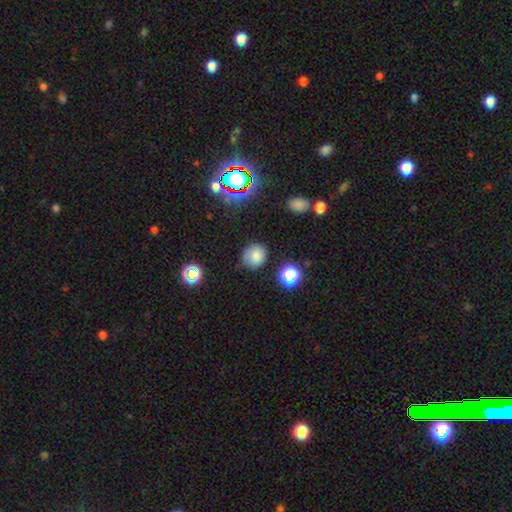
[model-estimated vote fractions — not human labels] smooth_or_featured: smooth (p=0.77) [alt: star or artifact p=0.16]
how_rounded: round (p=0.83) [alt: in between p=0.16]
merging: none (p=0.80) [alt: minor disturbance p=0.14]